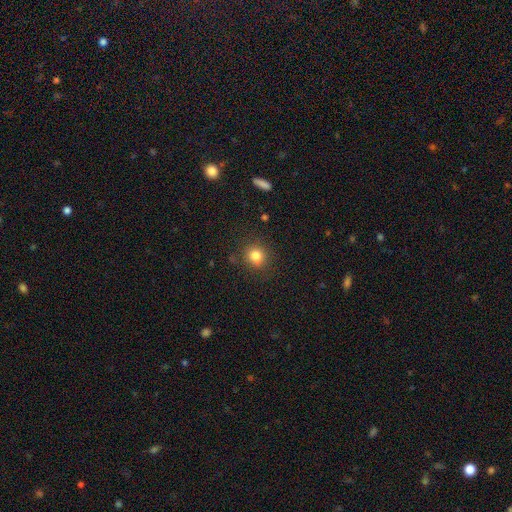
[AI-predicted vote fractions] Overall: smooth (82%). How rounded: round (87%). Merging: none (86%).